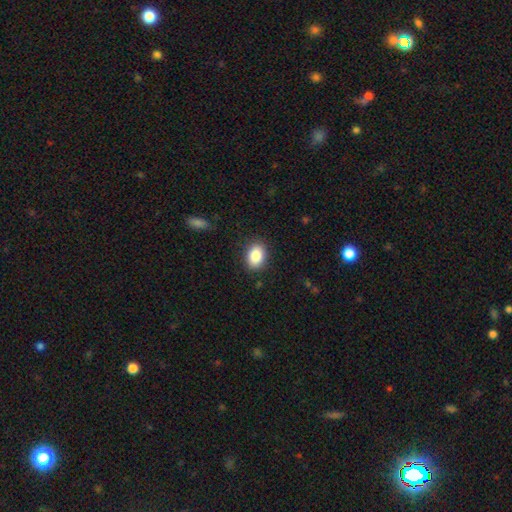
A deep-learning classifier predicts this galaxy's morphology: The model was most divided on "how rounded": in between: 78%, round: 21%, cigar-shaped: 1%. More confident: smooth or featured — smooth (87%); merging — none (86%).